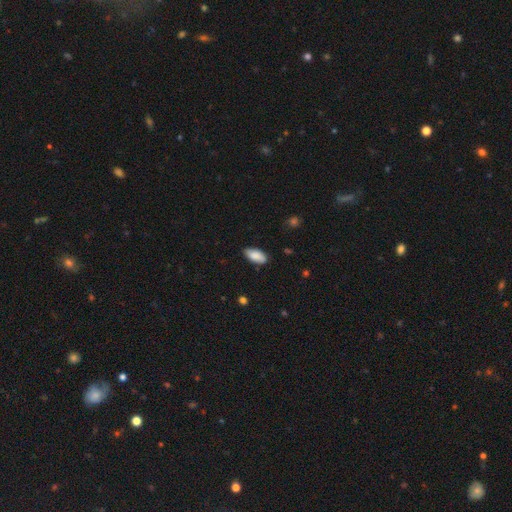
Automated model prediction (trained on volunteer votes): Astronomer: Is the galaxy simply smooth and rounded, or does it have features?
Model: smooth — 85%.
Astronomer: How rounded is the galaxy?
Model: in between — 93%.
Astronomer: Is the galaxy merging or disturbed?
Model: none — 81%.